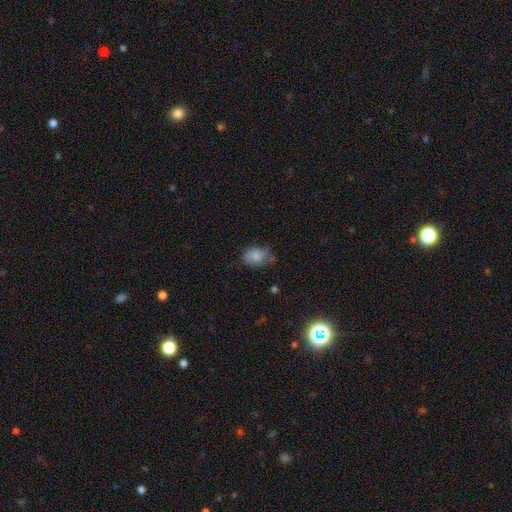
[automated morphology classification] smooth 75%, featured or disk 16%, star or artifact 9%. Down the decision tree: how rounded — in between (73%); merging — none (54%).